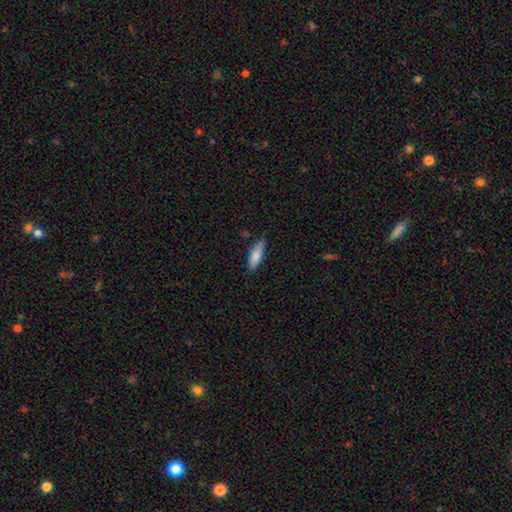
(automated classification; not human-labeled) Smooth or featured? smooth (82%)
How rounded? cigar-shaped (52%)
Merging? none (76%)